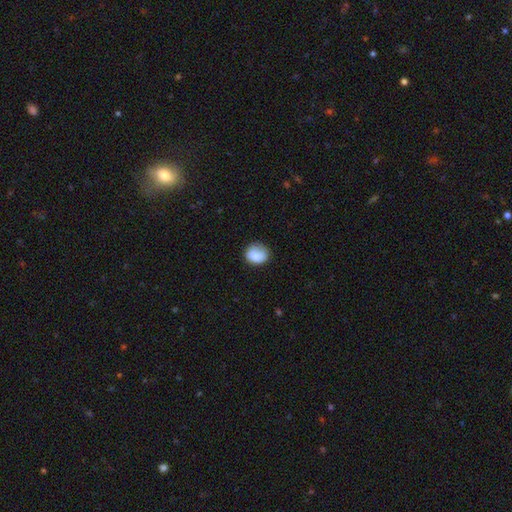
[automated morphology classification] The model was most divided on "how rounded": round: 68%, in between: 31%, cigar-shaped: 1%. More confident: smooth or featured — smooth (84%); merging — none (68%).